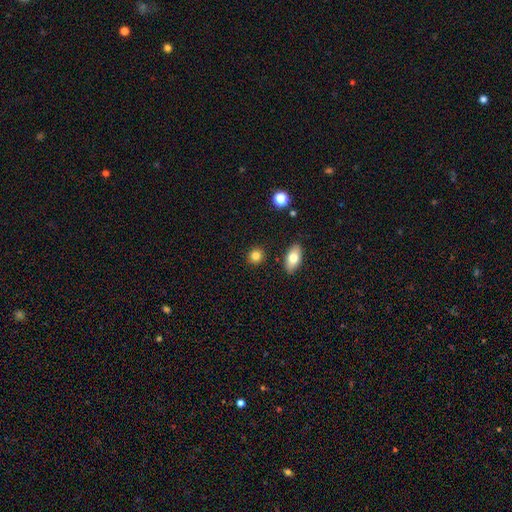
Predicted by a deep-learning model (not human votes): Overall: smooth (82%). How rounded: round (76%). Merging: none (88%).